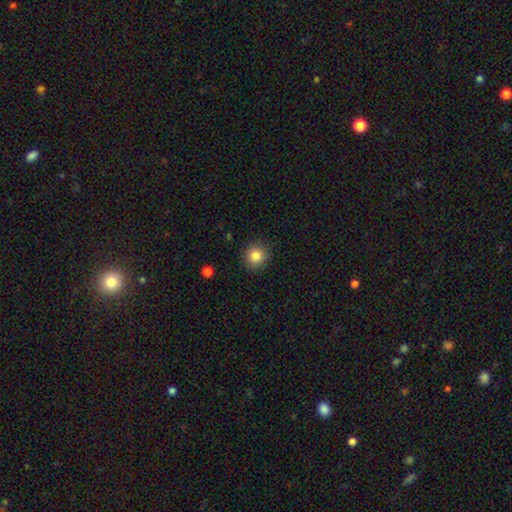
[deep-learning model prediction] Morphology: type=smooth (84%); roundness=round (91%); merging=none (89%).